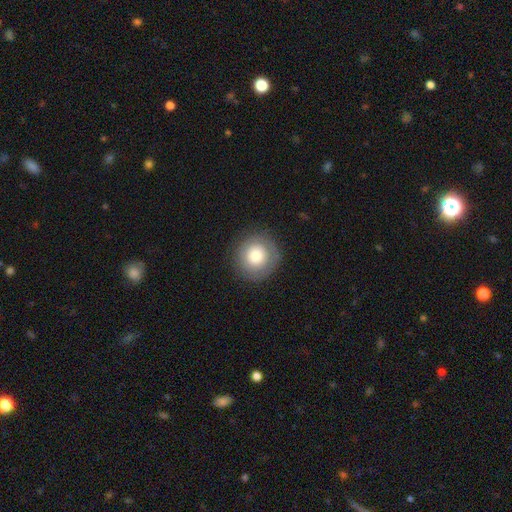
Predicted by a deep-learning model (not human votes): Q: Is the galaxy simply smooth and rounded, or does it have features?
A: smooth — 71%.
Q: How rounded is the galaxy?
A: round — 94%.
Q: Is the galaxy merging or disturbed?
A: none — 87%.